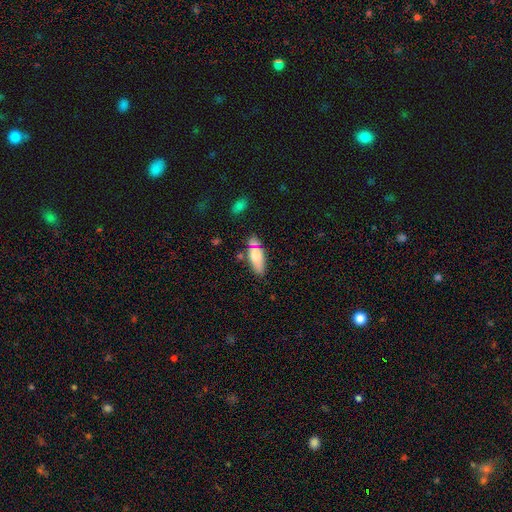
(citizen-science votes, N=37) This appears to be a smooth galaxy with no disk features (76%) that is in between round and cigar-shaped (71%). Merging: none (68%).